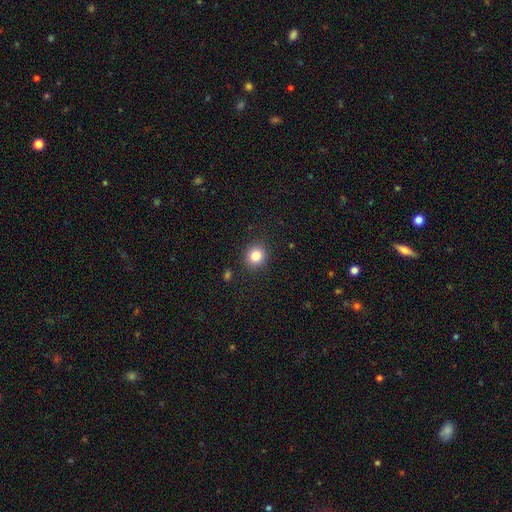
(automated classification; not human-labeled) This appears to be a smooth galaxy with no disk features (83%) that is round (78%). Merging: none (89%).